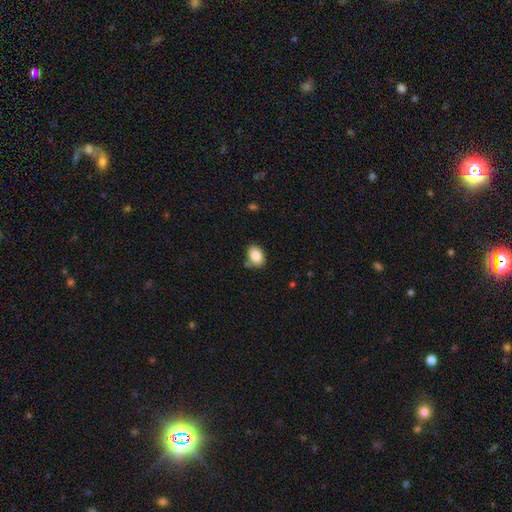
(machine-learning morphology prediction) This is clearly a smooth galaxy (85%). How rounded: likely in between (78%). Merging: likely none (75%).